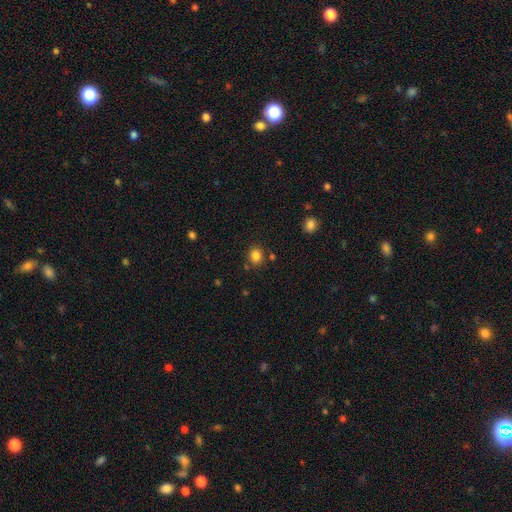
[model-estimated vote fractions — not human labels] Q: Smooth or featured?
A: smooth (83%); runner-up: star or artifact (12%)
Q: How rounded?
A: round (73%); runner-up: in between (26%)
Q: Merging?
A: none (80%); runner-up: minor disturbance (11%)